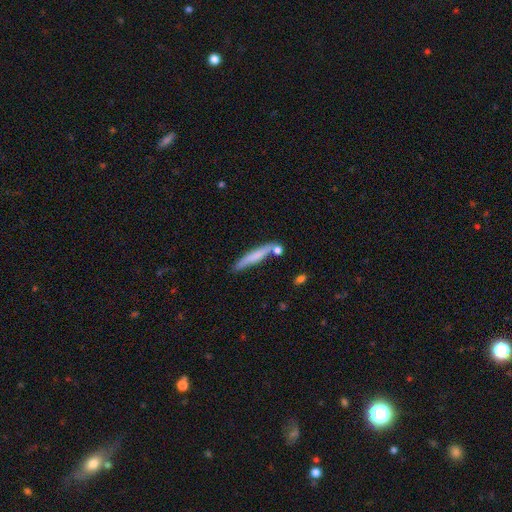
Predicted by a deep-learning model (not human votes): A smooth galaxy with no disk features (64%) that is cigar-shaped (92%).

Vote fractions:
- Smooth or featured? smooth: 64% / featured or disk: 30% / star or artifact: 6%
- How rounded? cigar-shaped: 92% / in between: 6% / round: 2%
- Merging? none: 72% / minor disturbance: 14% / merger: 10% / major disturbance: 3%